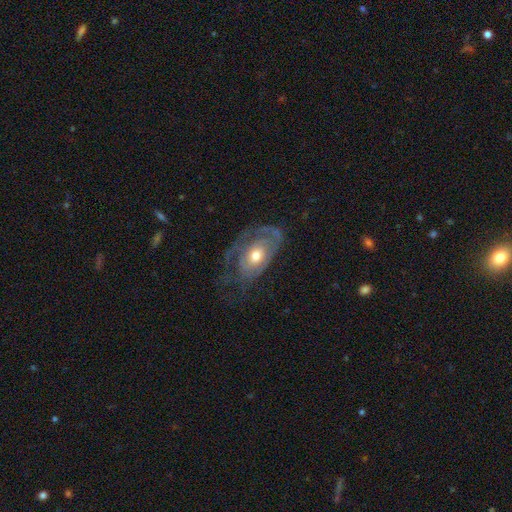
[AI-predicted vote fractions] The model was most divided on "merging": none: 44%, major disturbance: 30%, minor disturbance: 24%, merger: 2%. More confident: edge-on disk — no (93%); bar — no (82%); bulge size — moderate (69%); spiral arms — yes (68%); smooth or featured — featured or disk (67%).